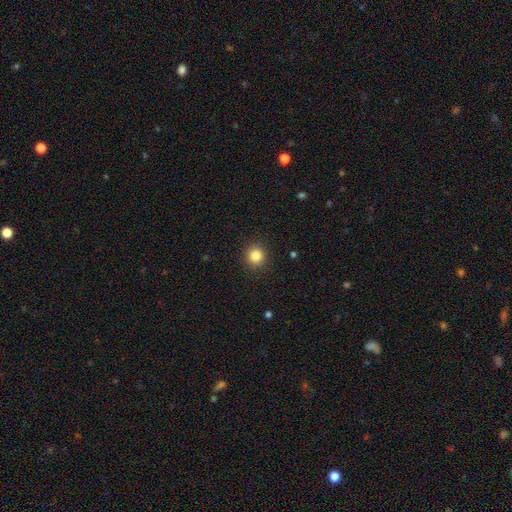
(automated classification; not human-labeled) A smooth galaxy with no disk features (84%) that is round (92%). Merging: none (91%).